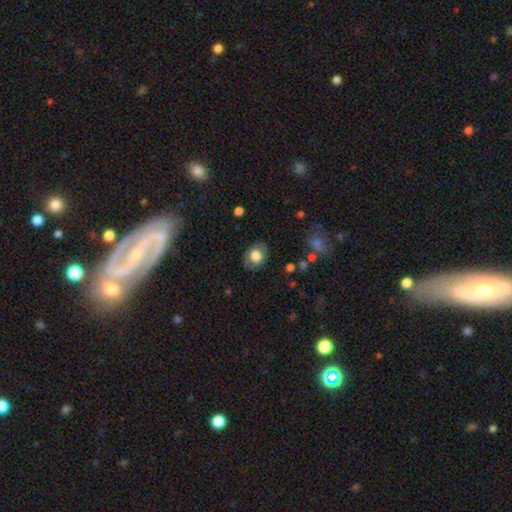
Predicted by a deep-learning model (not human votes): Smooth or featured? smooth (67%)
How rounded? in between (57%)
Merging? none (81%)